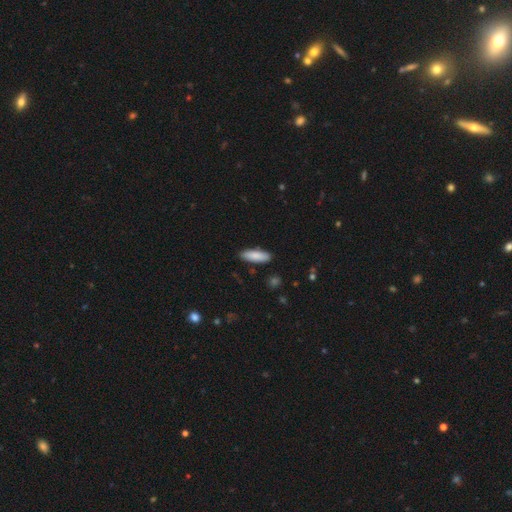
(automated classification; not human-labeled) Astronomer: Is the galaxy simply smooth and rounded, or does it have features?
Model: smooth — 86%.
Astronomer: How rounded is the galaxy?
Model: in between — 54% (runner-up: cigar-shaped, 45%).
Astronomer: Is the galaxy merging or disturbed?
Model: none — 88%.